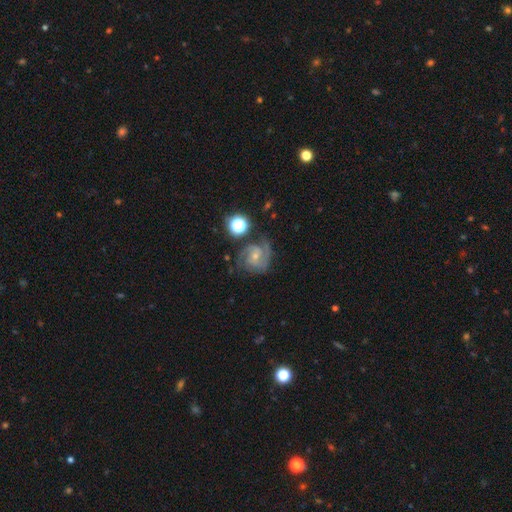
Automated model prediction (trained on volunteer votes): A featured or disk galaxy (86%) with no bar (57%), 2 (49%) medium (48%) spiral arms (98%) and a small central bulge (66%).

Vote fractions:
- Smooth or featured? featured or disk: 86% / star or artifact: 7% / smooth: 7%
- Edge-on disk? no: 98% / yes: 2%
- Bar? no: 57% / weak: 35% / strong: 8%
- Spiral arms? yes: 98% / no: 2%
- Spiral winding? medium: 48% / tight: 43% / loose: 9%
- Spiral arm count? 2: 49% / 3: 30% / can't tell: 9% / 4: 5% / 1: 4% / more than 4: 3%
- Bulge size? small: 66% / moderate: 29% / none: 3% / large: 1% / dominant: 1%
- Merging? none: 66% / minor disturbance: 20% / major disturbance: 10% / merger: 5%